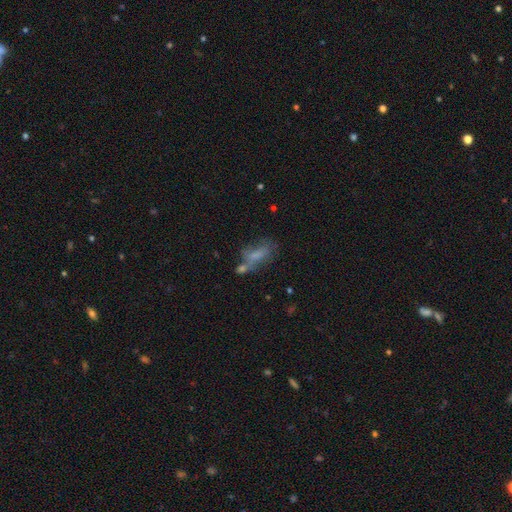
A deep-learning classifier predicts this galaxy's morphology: type=smooth (58%); roundness=in between (72%); merging=none (34%).